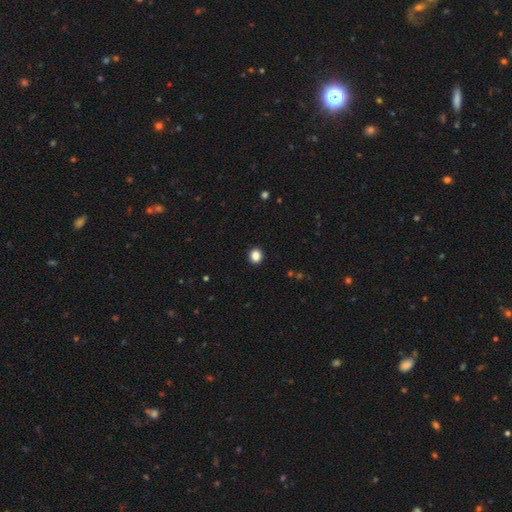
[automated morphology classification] A smooth galaxy with no disk features (86%) that is round (76%). Merging: none (92%).